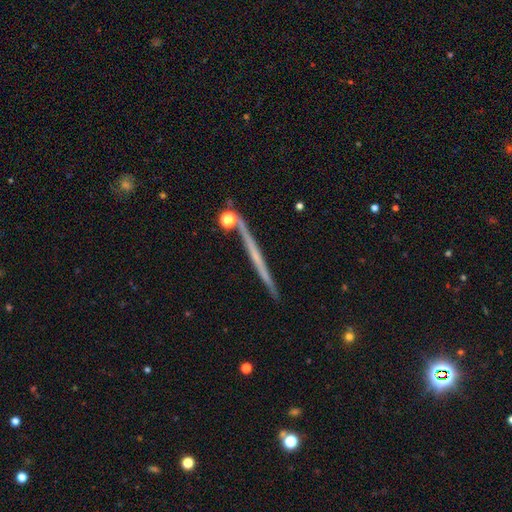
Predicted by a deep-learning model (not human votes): Smooth or featured?
  - featured or disk: 64% *
  - smooth: 28%
  - star or artifact: 8%
Edge-on disk?
  - yes: 97% *
  - no: 3%
Edge-on bulge?
  - none: 82% *
  - rounded: 13%
  - boxy: 5%
Merging?
  - none: 88% *
  - minor disturbance: 7%
  - merger: 3%
  - major disturbance: 2%